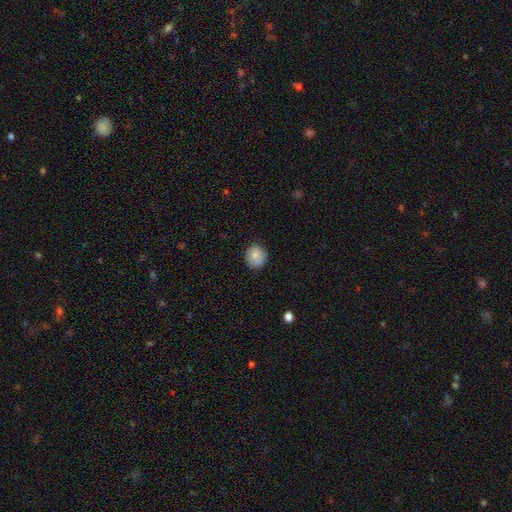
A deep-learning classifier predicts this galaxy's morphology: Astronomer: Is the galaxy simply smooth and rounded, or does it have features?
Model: smooth — 87%.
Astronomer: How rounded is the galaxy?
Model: round — 86%.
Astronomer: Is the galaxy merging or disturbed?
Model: none — 88%.